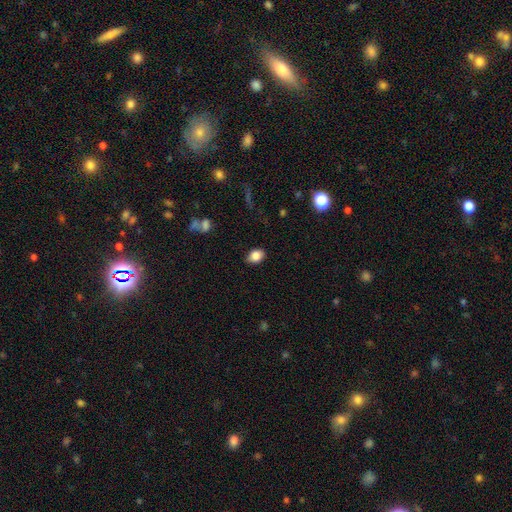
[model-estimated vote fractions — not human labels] Morphology: type=smooth (85%); roundness=in between (75%); merging=none (83%).